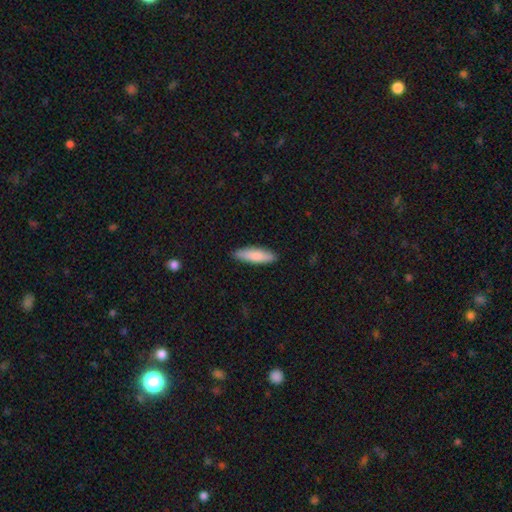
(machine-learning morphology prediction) The model was most divided on "how rounded": cigar-shaped: 62%, in between: 37%, round: 2%. More confident: merging — none (88%); smooth or featured — smooth (83%).